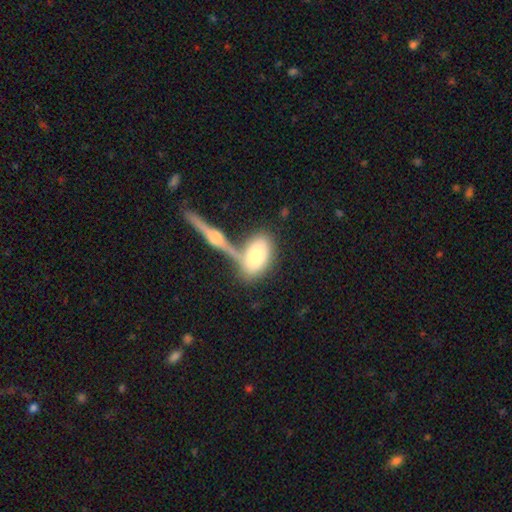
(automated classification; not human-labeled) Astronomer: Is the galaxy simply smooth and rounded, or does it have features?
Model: smooth — 67%.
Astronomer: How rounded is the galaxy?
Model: in between — 87%.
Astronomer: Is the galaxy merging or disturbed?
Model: none — 44% (runner-up: merger, 38%).